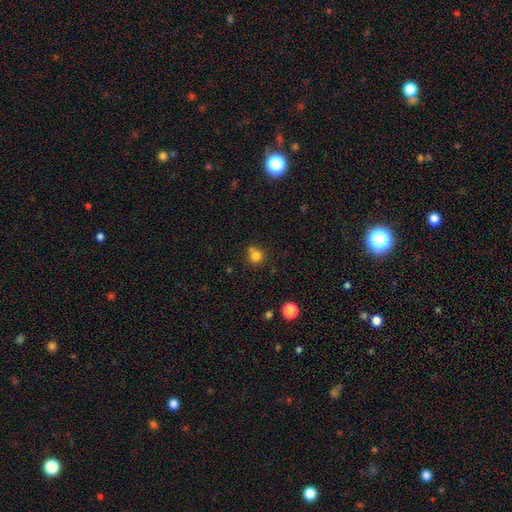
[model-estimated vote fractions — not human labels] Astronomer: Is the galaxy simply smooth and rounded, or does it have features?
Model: smooth — 80%.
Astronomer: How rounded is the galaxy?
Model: round — 86%.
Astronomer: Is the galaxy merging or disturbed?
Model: none — 58%.